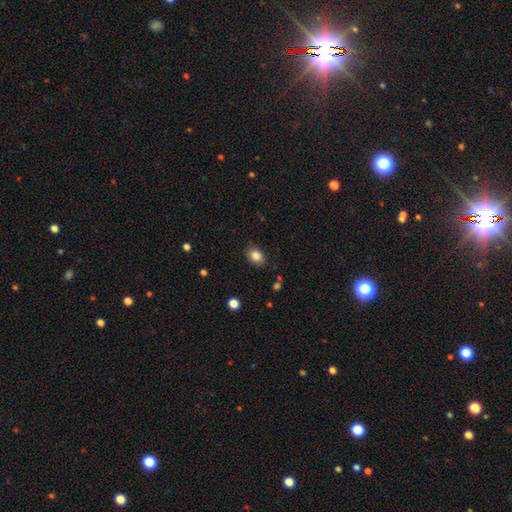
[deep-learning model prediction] Smooth or featured? smooth (85%)
How rounded? in between (69%)
Merging? none (84%)